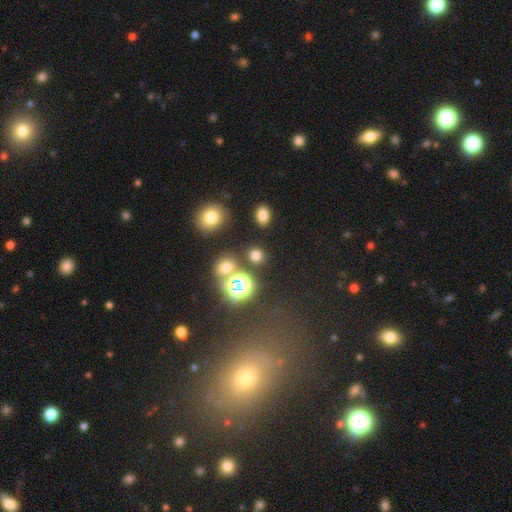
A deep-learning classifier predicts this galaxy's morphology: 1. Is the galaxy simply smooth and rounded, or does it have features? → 65% smooth, 29% star or artifact, 6% featured or disk.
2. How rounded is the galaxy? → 80% round, 19% in between, 1% cigar-shaped.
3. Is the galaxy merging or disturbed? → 81% none, 8% minor disturbance, 7% merger, 4% major disturbance.